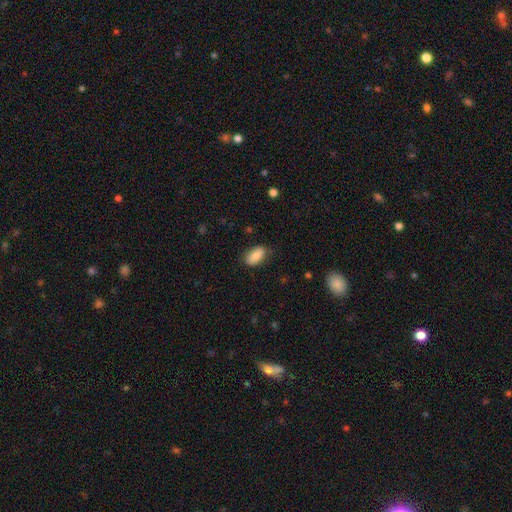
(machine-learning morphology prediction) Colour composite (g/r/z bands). It shows a smooth galaxy with no disk features (82%) that is in between round and cigar-shaped (92%). Merging: none (79%).